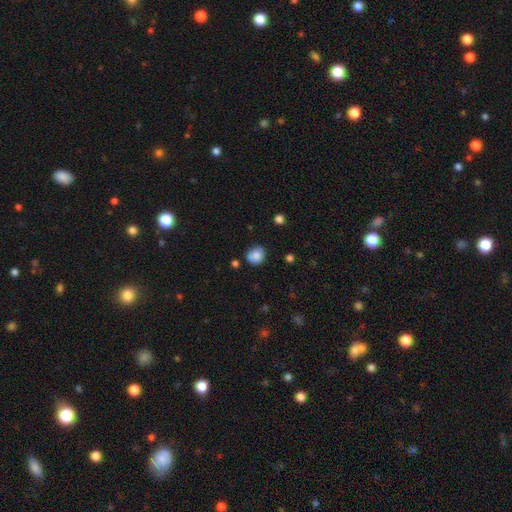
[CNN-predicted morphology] smooth 85%, star or artifact 9%, featured or disk 6%. Down the decision tree: how rounded — round (71%); merging — none (73%).